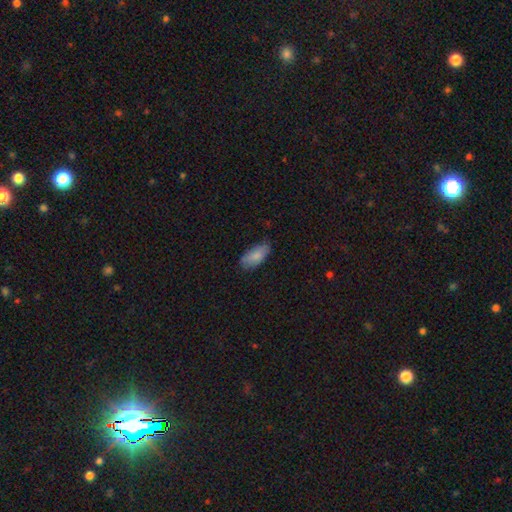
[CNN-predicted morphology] A smooth galaxy with no disk features (83%) that is in between round and cigar-shaped (90%).

Vote fractions:
- Smooth or featured? smooth: 83% / featured or disk: 11% / star or artifact: 6%
- How rounded? in between: 90% / cigar-shaped: 8% / round: 2%
- Merging? none: 72% / minor disturbance: 22% / major disturbance: 4% / merger: 1%